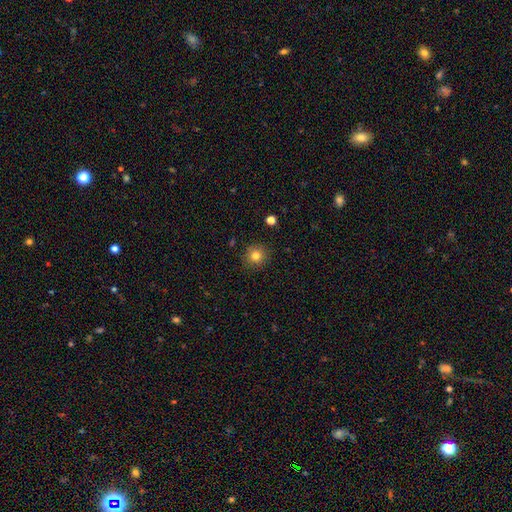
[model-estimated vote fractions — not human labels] smooth-or-featured: smooth: 80% | star or artifact: 12% | featured or disk: 7%
  how-rounded: round: 92% | in between: 7% | cigar-shaped: 1%
  merging: none: 89% | minor disturbance: 7% | major disturbance: 2% | merger: 1%